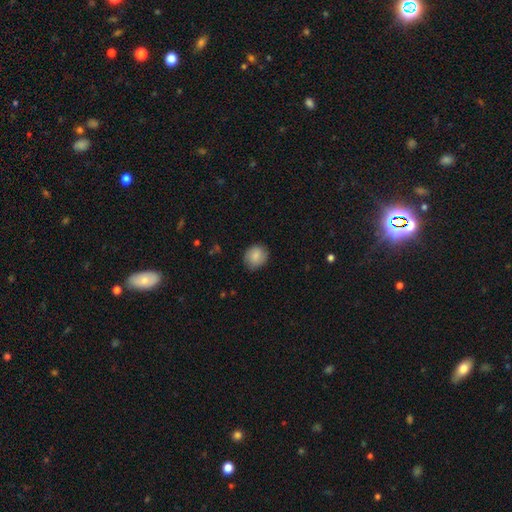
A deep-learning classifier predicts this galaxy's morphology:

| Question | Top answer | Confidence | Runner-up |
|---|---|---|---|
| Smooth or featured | smooth | 86% | star or artifact (7%) |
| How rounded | round | 74% | in between (25%) |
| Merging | none | 83% | minor disturbance (14%) |